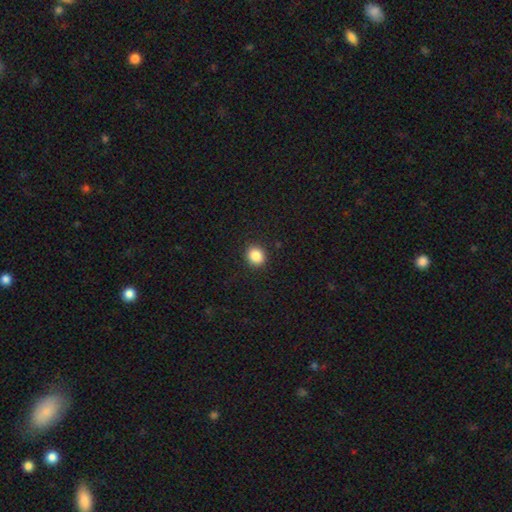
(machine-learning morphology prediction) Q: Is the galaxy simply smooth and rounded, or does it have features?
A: smooth — 87%.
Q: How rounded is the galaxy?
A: round — 78%.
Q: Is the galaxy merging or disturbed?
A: none — 91%.